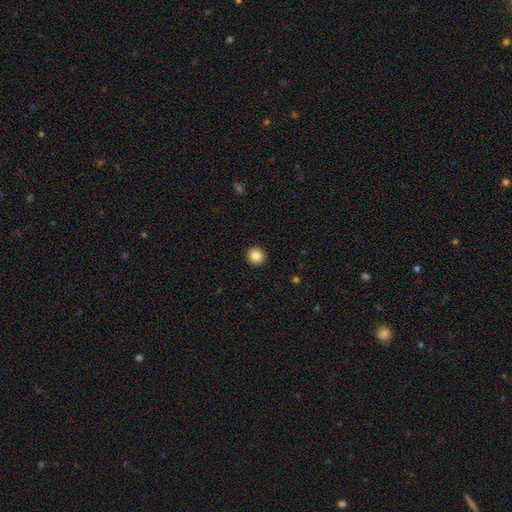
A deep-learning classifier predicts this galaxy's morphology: This is clearly a smooth galaxy (85%). How rounded: clearly round (92%). Merging: clearly none (93%).